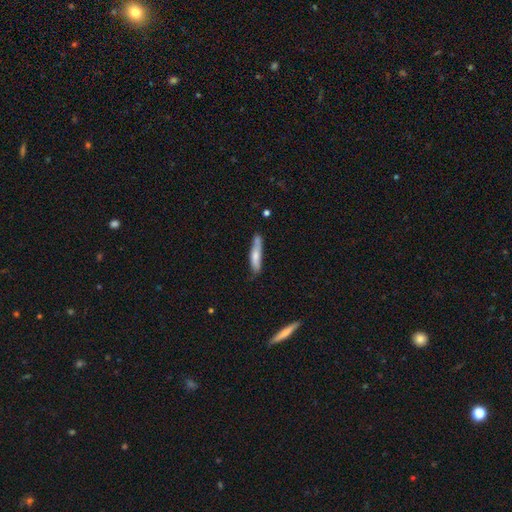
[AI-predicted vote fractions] smooth_or_featured: smooth (p=0.68) [alt: featured or disk p=0.26]
how_rounded: cigar-shaped (p=0.83) [alt: in between p=0.16]
merging: none (p=0.65) [alt: minor disturbance p=0.24]